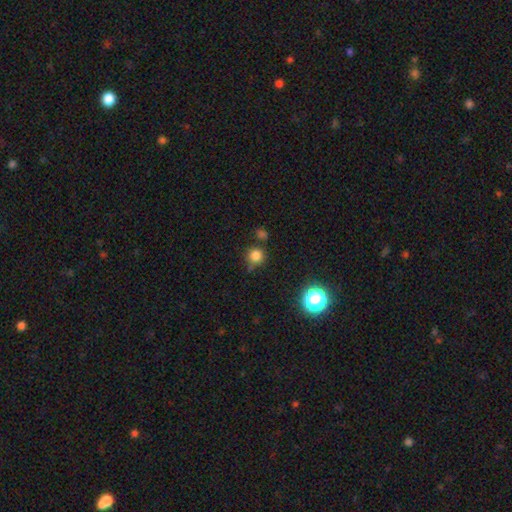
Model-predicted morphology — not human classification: A smooth galaxy with no disk features (80%) that is round (93%). Merging: none (74%).